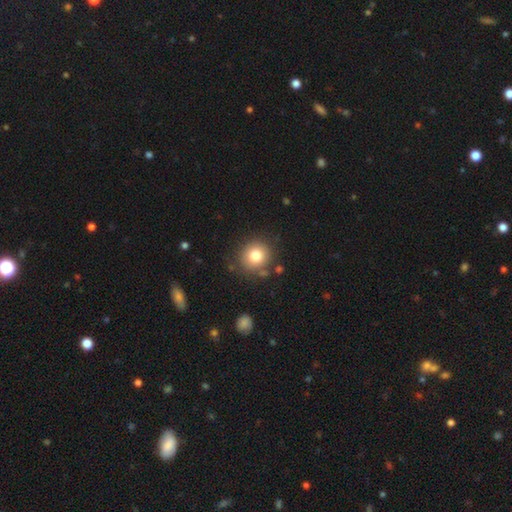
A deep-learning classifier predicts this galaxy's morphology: A smooth galaxy with no disk features (79%) that is round (90%).

Vote fractions:
- Smooth or featured? smooth: 79% / star or artifact: 11% / featured or disk: 10%
- How rounded? round: 90% / in between: 9% / cigar-shaped: 1%
- Merging? none: 83% / minor disturbance: 10% / merger: 4% / major disturbance: 4%